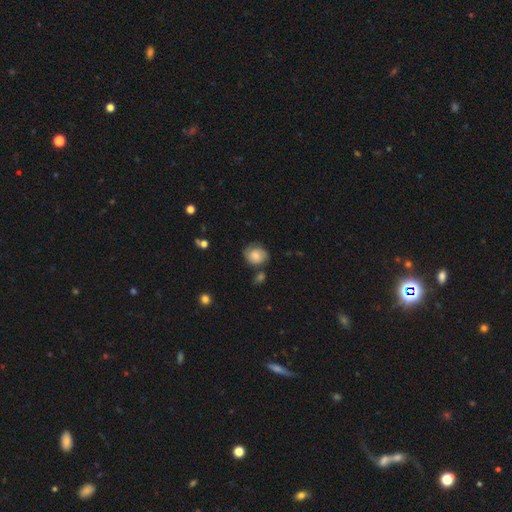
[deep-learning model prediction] Smooth or featured? featured or disk (50%)
Edge-on disk? no (97%)
Merging? none (61%)